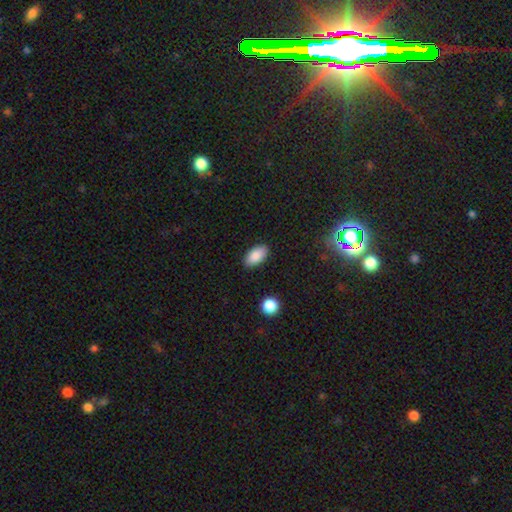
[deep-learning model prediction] Smooth or featured? smooth (88%)
How rounded? in between (94%)
Merging? none (87%)